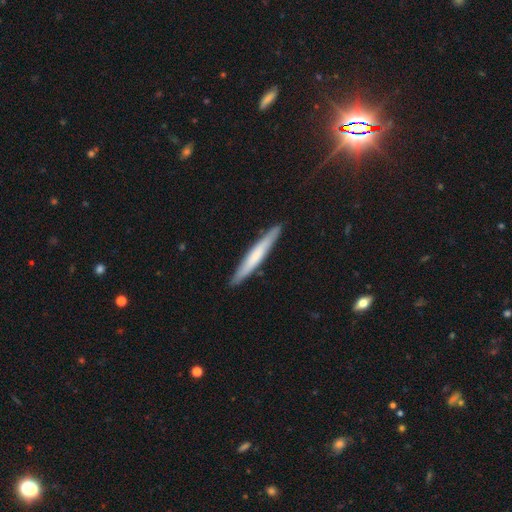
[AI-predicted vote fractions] Overall: smooth (57%; featured or disk 37%). How rounded: cigar-shaped (96%). Merging: none (90%).